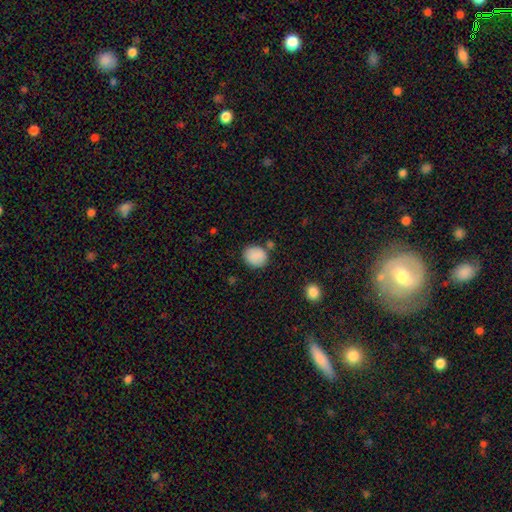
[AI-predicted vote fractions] A smooth galaxy with no disk features (88%) that is round (65%). Merging: none (77%).